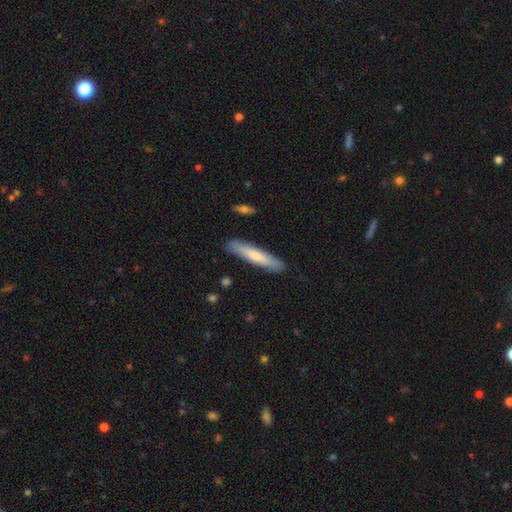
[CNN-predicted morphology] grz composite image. It shows a smooth galaxy with no disk features (71%) that is cigar-shaped (87%). Merging: none (88%).